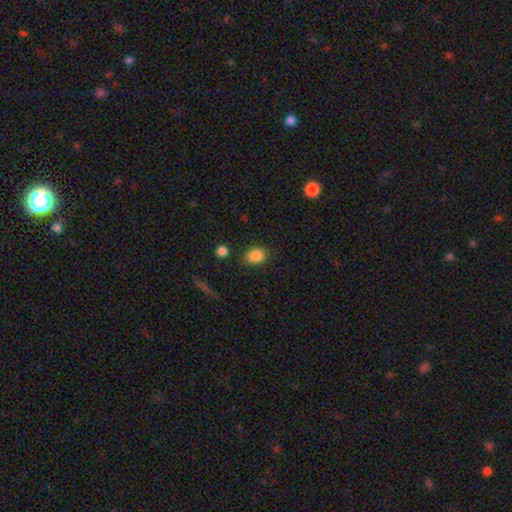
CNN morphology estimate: This appears to be a smooth galaxy with no disk features (86%) that is in between round and cigar-shaped (61%). Merging: none (81%).